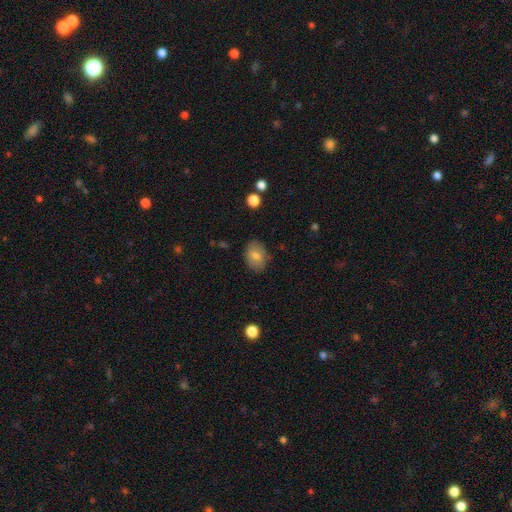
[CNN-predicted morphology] A smooth galaxy with no disk features (76%) that is in between round and cigar-shaped (75%). Merging: none (81%).